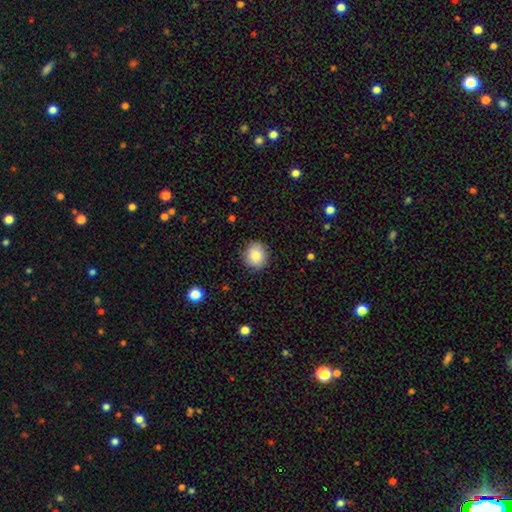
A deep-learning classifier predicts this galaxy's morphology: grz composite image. It shows a smooth galaxy with no disk features (86%) that is round (83%). Merging: none (87%).